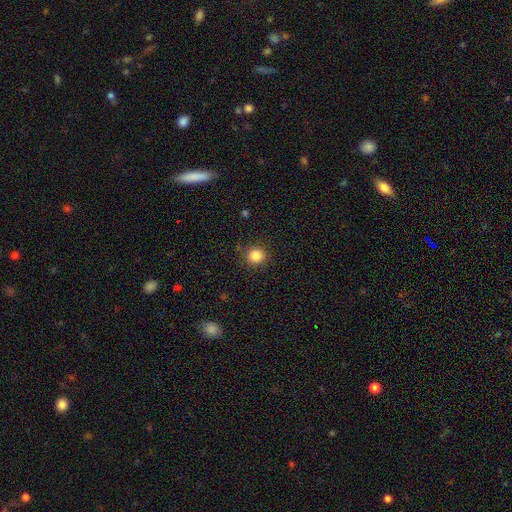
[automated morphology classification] Smooth or featured? Predicted: smooth (p=0.85). How rounded? Predicted: round (p=0.90). Merging? Predicted: none (p=0.86).